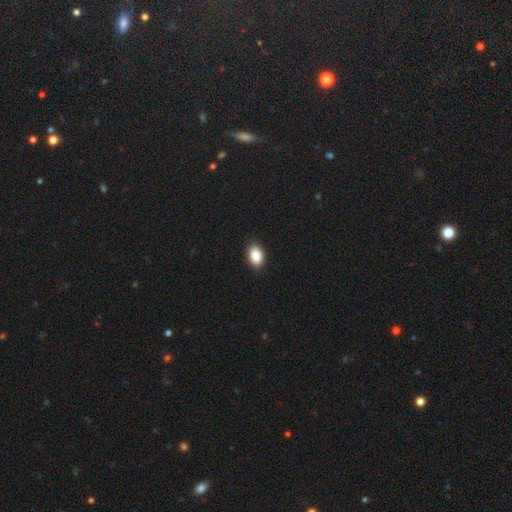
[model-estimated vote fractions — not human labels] smooth-or-featured: smooth: 88% | star or artifact: 8% | featured or disk: 4%
  how-rounded: in between: 87% | round: 11% | cigar-shaped: 1%
  merging: none: 91% | minor disturbance: 7% | major disturbance: 2% | merger: 1%